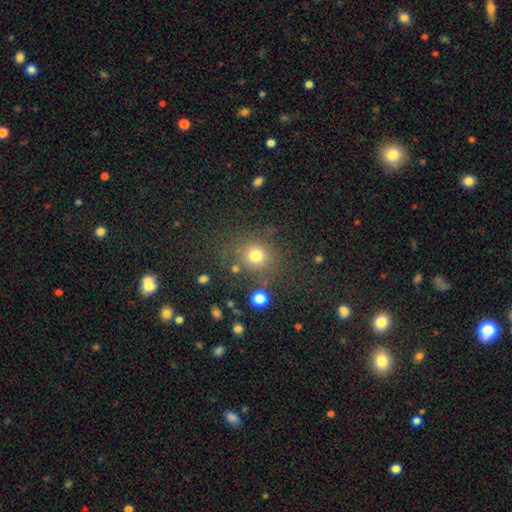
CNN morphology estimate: smooth-or-featured: smooth: 76% | star or artifact: 16% | featured or disk: 8%
  how-rounded: round: 85% | in between: 14% | cigar-shaped: 1%
  merging: none: 74% | minor disturbance: 13% | major disturbance: 7% | merger: 6%